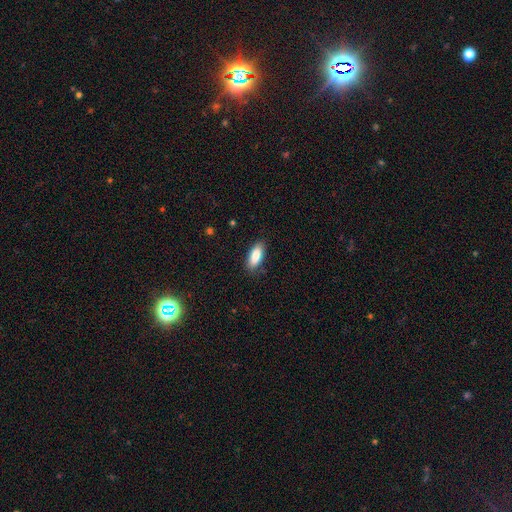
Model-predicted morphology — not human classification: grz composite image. It shows a smooth galaxy with no disk features (86%) that is in between round and cigar-shaped (80%). Merging: none (84%).